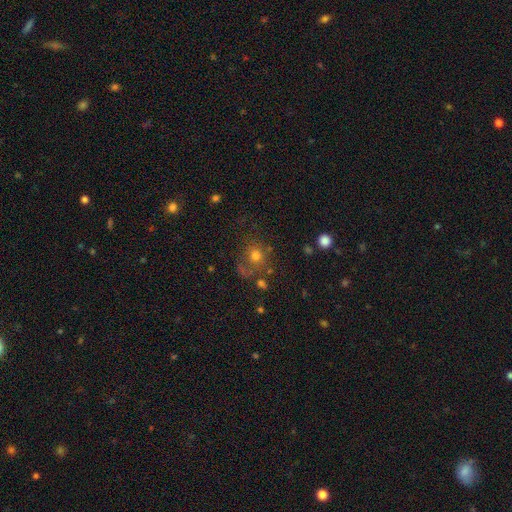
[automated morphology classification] smooth-or-featured: smooth: 67% | star or artifact: 17% | featured or disk: 16%
  how-rounded: round: 82% | in between: 17% | cigar-shaped: 1%
  merging: none: 57% | minor disturbance: 17% | major disturbance: 17% | merger: 9%